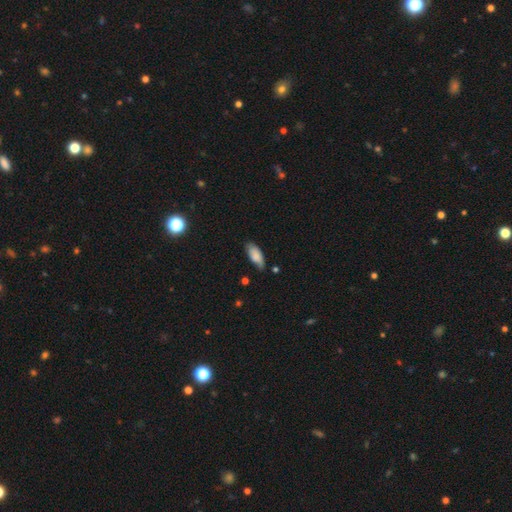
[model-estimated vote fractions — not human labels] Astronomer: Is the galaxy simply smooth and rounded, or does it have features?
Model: smooth — 80%.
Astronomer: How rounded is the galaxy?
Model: in between — 81%.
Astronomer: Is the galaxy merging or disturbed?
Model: none — 63%.